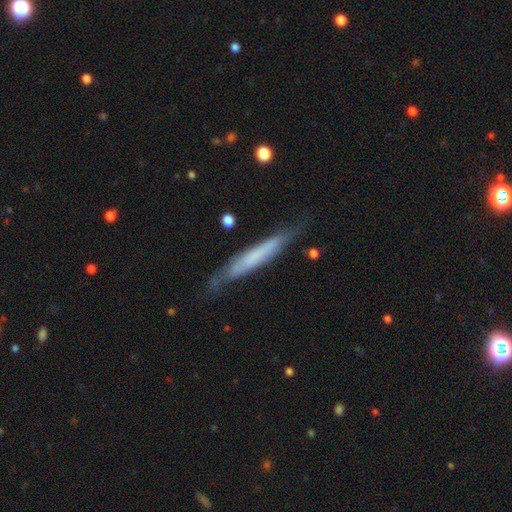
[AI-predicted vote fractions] This is possibly a featured or disk galaxy (49%). Merging: likely none (68%).